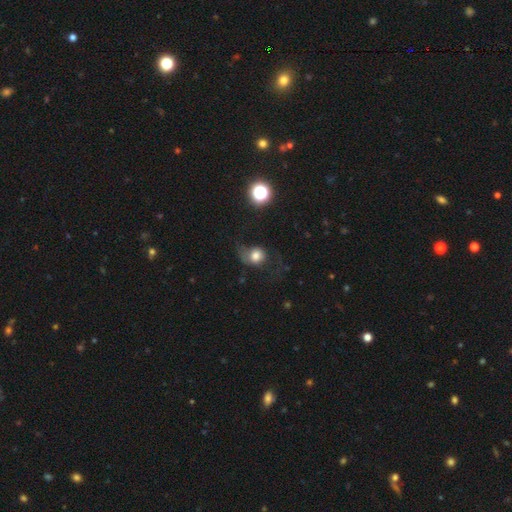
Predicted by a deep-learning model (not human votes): Smooth or featured?
  - smooth: 68% *
  - featured or disk: 20%
  - star or artifact: 11%
How rounded?
  - round: 68% *
  - in between: 30%
  - cigar-shaped: 1%
Merging?
  - none: 36% * (tied)
  - major disturbance: 36% * (tied)
  - minor disturbance: 25%
  - merger: 3%